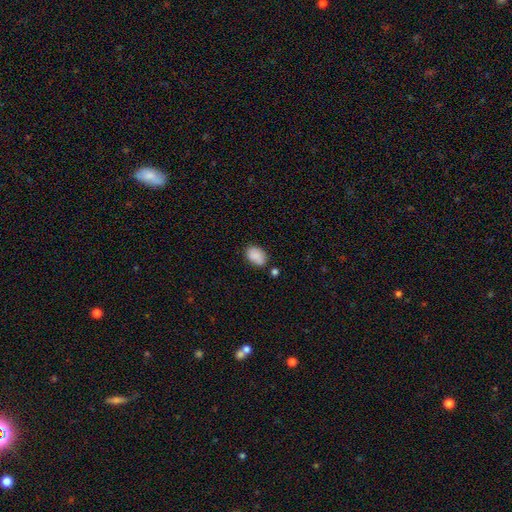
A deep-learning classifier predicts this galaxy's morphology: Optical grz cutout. It shows a smooth galaxy with no disk features (86%) that is in between round and cigar-shaped (86%). Merging: none (69%).